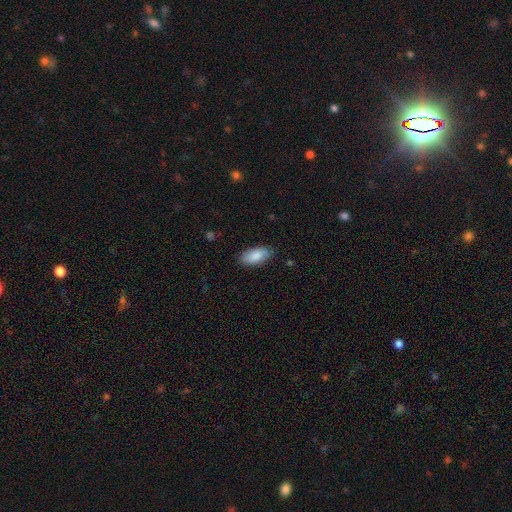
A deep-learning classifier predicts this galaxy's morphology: Q: Smooth or featured?
A: smooth (88%); runner-up: featured or disk (7%)
Q: How rounded?
A: in between (91%); runner-up: cigar-shaped (8%)
Q: Merging?
A: none (84%); runner-up: minor disturbance (12%)